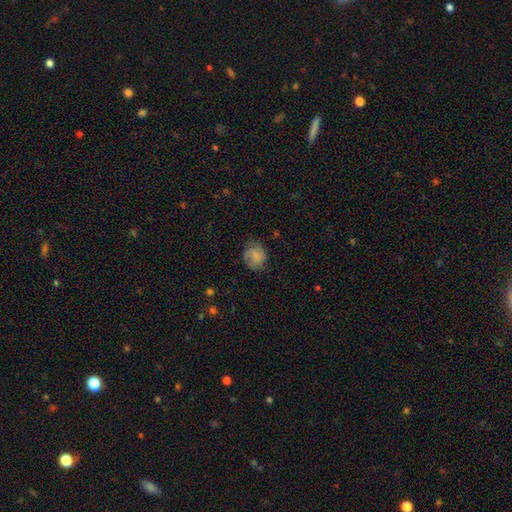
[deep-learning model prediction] Overall: smooth (72%). How rounded: round (69%; in between 30%). Merging: none (65%).